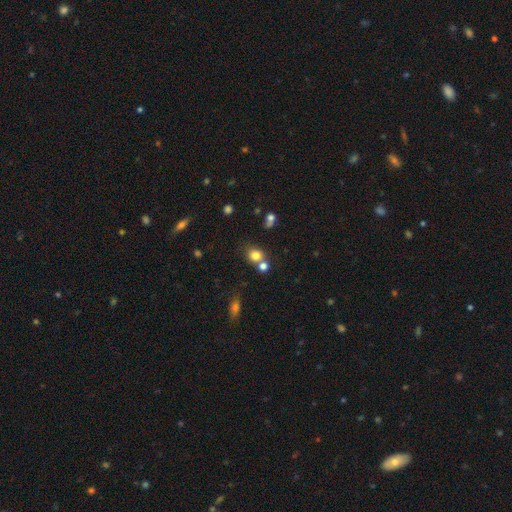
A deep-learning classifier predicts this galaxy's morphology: type=smooth (78%); roundness=round (69%); merging=none (54%).